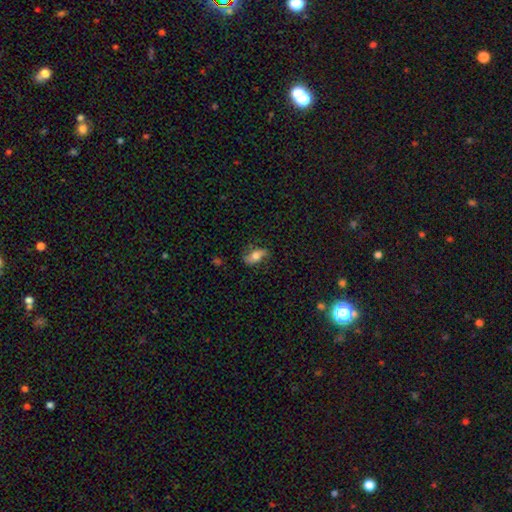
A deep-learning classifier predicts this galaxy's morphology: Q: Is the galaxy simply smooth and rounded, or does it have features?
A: smooth — 50%.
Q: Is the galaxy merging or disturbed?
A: none — 70%.